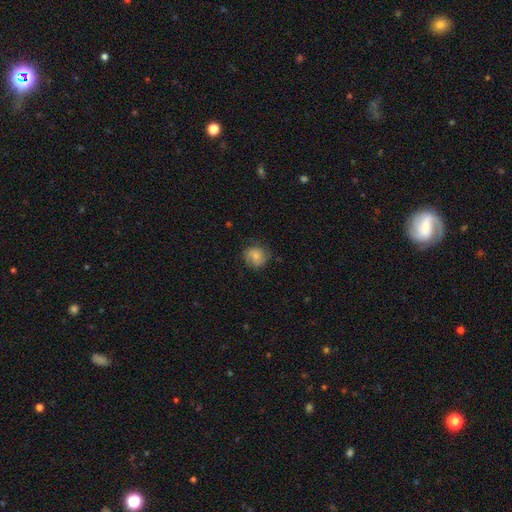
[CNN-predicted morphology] Smooth or featured? Predicted: smooth (p=0.70). How rounded? Predicted: round (p=0.84). Merging? Predicted: none (p=0.72).